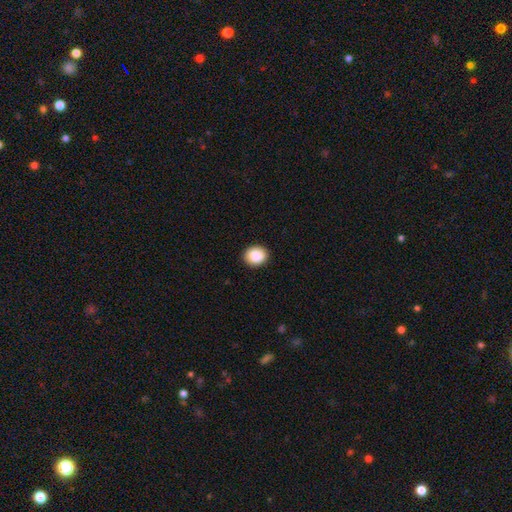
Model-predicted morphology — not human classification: This is clearly a smooth galaxy (87%). How rounded: likely round (66%). Merging: clearly none (91%).